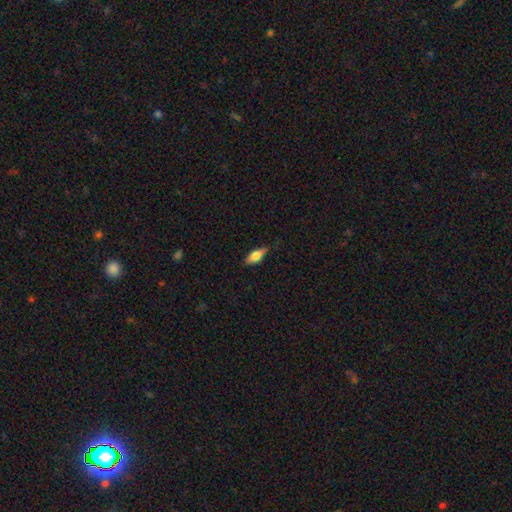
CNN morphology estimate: This is likely a smooth galaxy (66%). How rounded: likely in between (73%). Merging: likely none (79%).